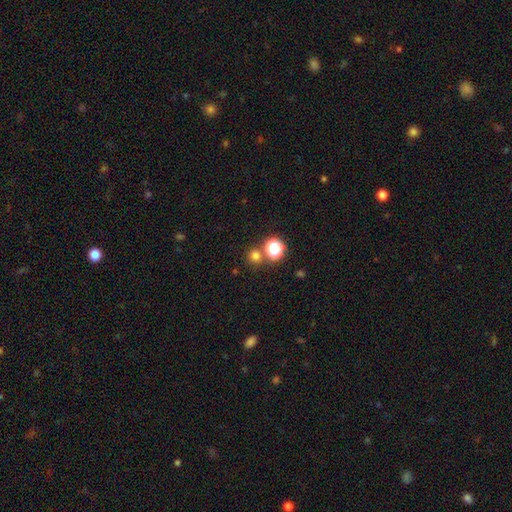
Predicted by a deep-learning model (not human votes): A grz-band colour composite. It shows a smooth galaxy with no disk features (71%) that is round (92%). Merging: none (75%).